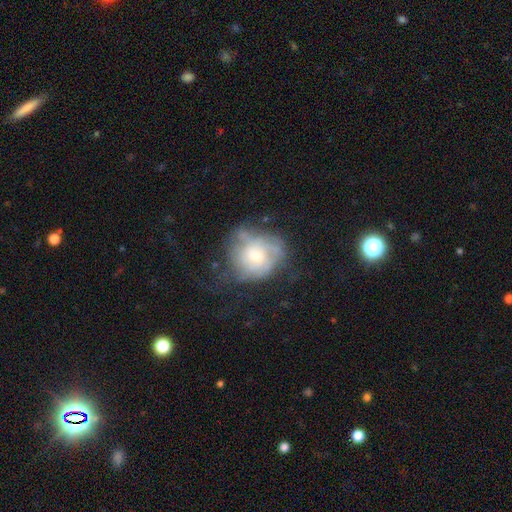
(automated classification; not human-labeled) Morphology: type=featured or disk (57%); edge-on=no (97%); bar=no (78%); spiral arms=yes (62%); bulge=moderate (47%); merging=none (41%).